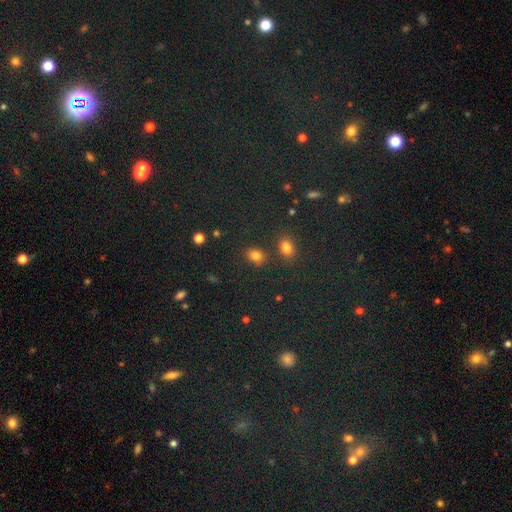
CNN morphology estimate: smooth 80%, star or artifact 14%, featured or disk 6%. Down the decision tree: how rounded — in between (59%); merging — none (77%).